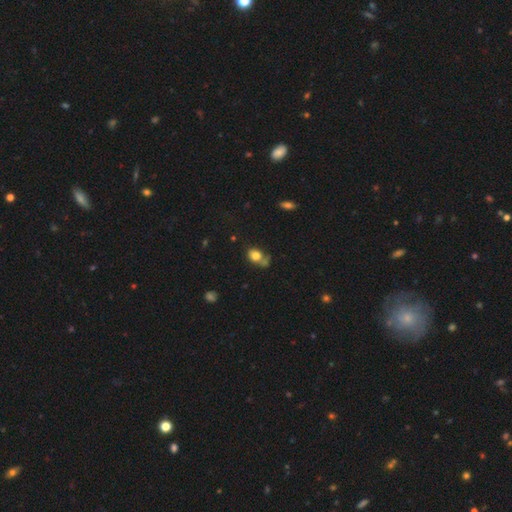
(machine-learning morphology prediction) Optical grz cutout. It shows a smooth galaxy with no disk features (78%) that is in between round and cigar-shaped (55%). Merging: none (44%).